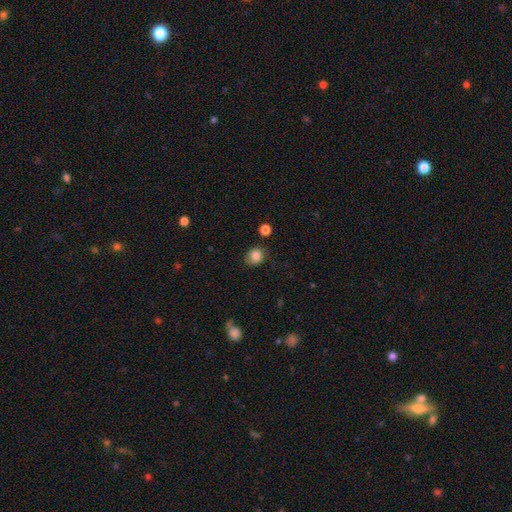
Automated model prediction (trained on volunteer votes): A smooth galaxy with no disk features (84%) that is round (62%).

Vote fractions:
- Smooth or featured? smooth: 84% / star or artifact: 10% / featured or disk: 6%
- How rounded? round: 62% / in between: 37% / cigar-shaped: 1%
- Merging? none: 74% / minor disturbance: 19% / major disturbance: 4% / merger: 3%